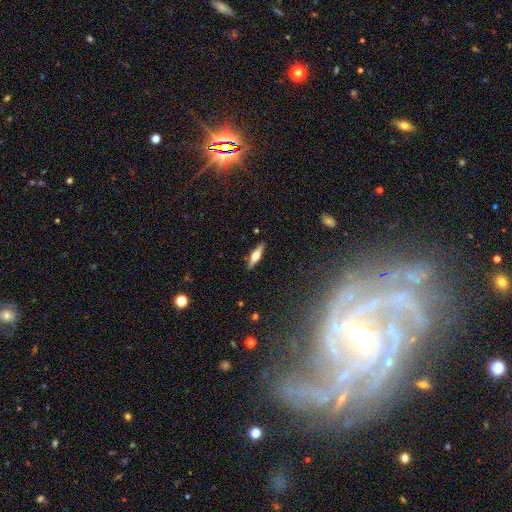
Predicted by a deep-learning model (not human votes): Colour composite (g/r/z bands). It shows a featured or disk galaxy (50%) viewed edge-on (94%). Merging: none (90%).